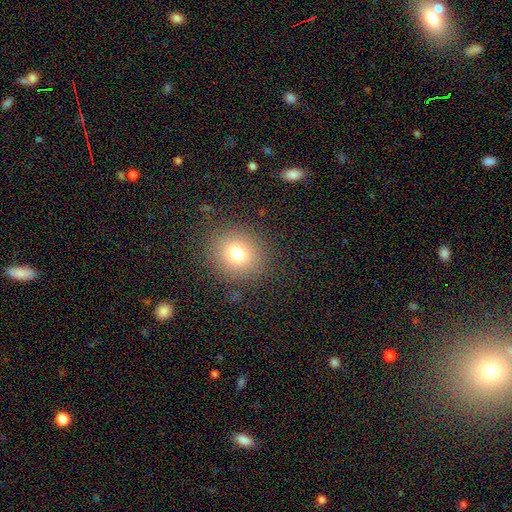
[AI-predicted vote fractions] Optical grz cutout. It shows a smooth galaxy with no disk features (68%) that is round (86%). Merging: none (91%).